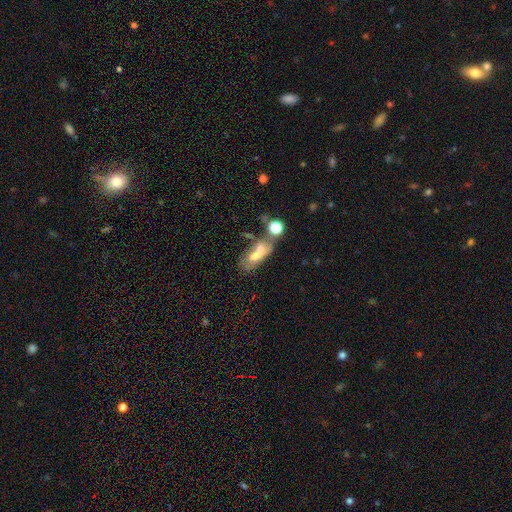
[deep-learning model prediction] Smooth or featured? Predicted: smooth (p=0.52). How rounded? Predicted: in between (p=0.75). Merging? Predicted: merger (p=0.58).